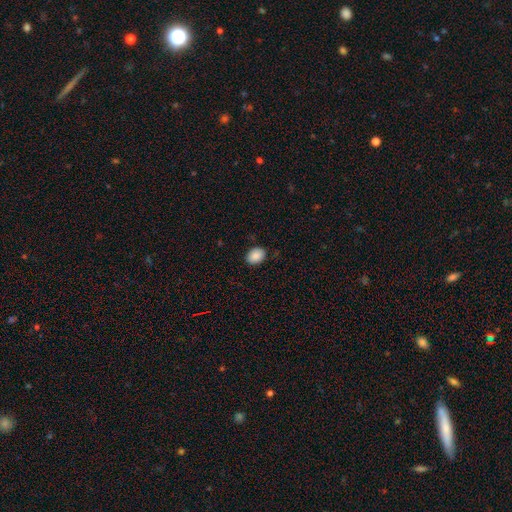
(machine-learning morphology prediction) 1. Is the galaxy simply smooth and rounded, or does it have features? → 88% smooth, 8% star or artifact, 4% featured or disk.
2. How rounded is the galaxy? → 72% in between, 27% round, 1% cigar-shaped.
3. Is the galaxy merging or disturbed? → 86% none, 11% minor disturbance, 2% major disturbance, 1% merger.